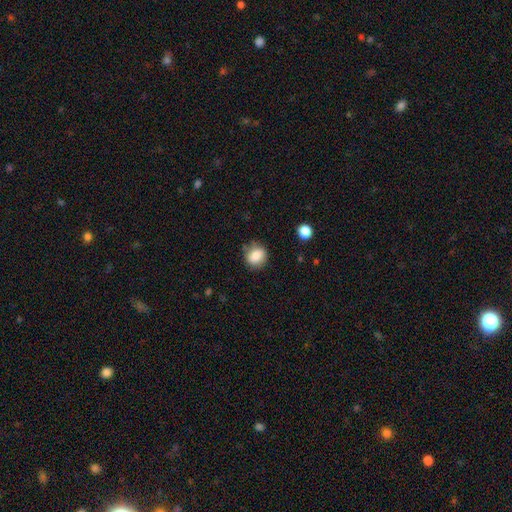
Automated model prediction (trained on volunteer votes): smooth 83%, star or artifact 9%, featured or disk 8%. Down the decision tree: how rounded — round (74%); merging — none (75%).